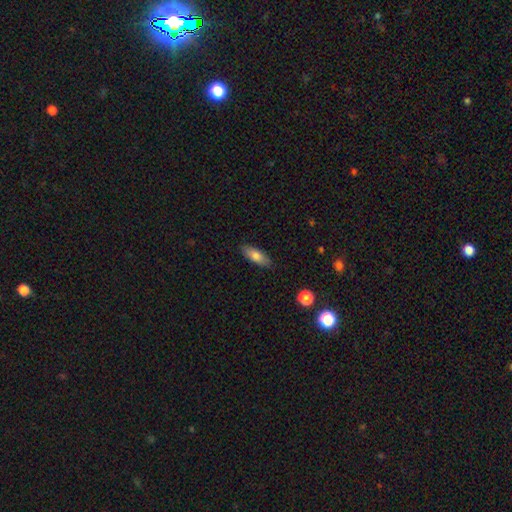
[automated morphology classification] Smooth or featured? smooth (79%)
How rounded? in between (69%)
Merging? none (86%)